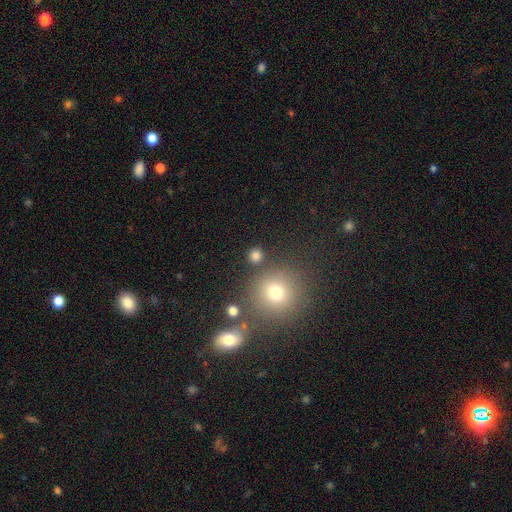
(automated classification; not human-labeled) smooth 77%, star or artifact 17%, featured or disk 6%. Down the decision tree: how rounded — round (91%); merging — none (83%).